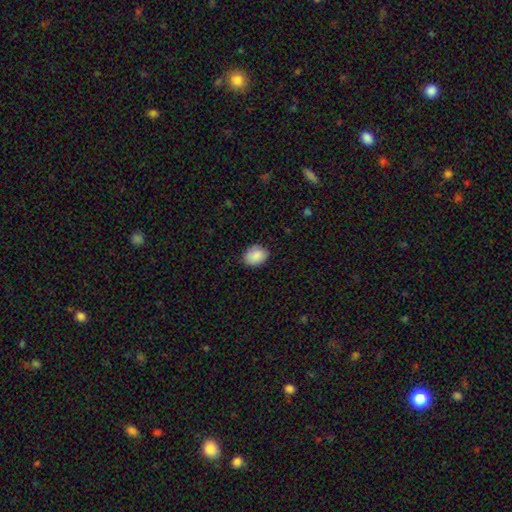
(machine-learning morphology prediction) Smooth or featured?
  - smooth: 88% *
  - star or artifact: 7%
  - featured or disk: 5%
How rounded?
  - in between: 65% *
  - round: 34%
  - cigar-shaped: 1%
Merging?
  - none: 81% *
  - minor disturbance: 15%
  - major disturbance: 3%
  - merger: 1%